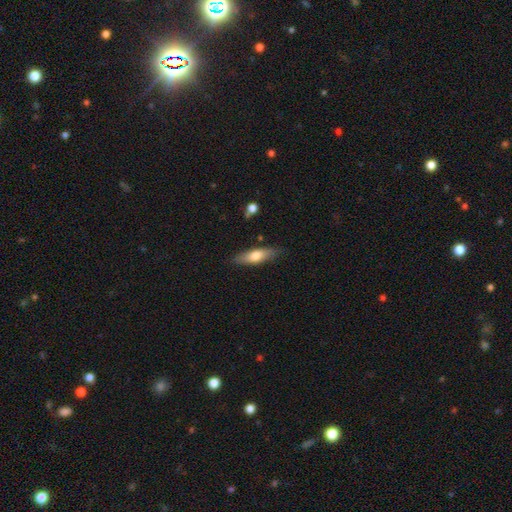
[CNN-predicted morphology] Smooth or featured? smooth (66%)
How rounded? cigar-shaped (51%)
Merging? none (82%)